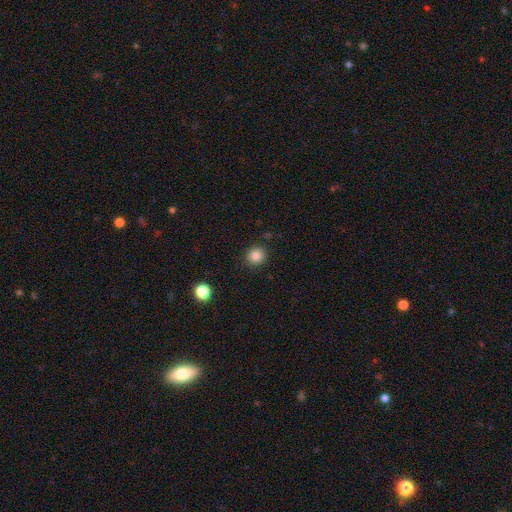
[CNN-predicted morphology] A smooth galaxy with no disk features (85%) that is round (88%).

Vote fractions:
- Smooth or featured? smooth: 85% / star or artifact: 11% / featured or disk: 5%
- How rounded? round: 88% / in between: 11% / cigar-shaped: 1%
- Merging? none: 90% / minor disturbance: 7% / major disturbance: 2% / merger: 2%